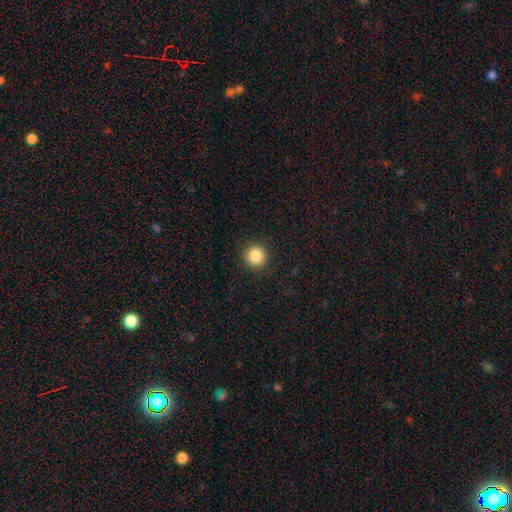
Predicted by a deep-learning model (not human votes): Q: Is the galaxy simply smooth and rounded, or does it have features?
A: smooth — 86%.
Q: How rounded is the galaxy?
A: round — 94%.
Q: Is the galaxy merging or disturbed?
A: none — 91%.